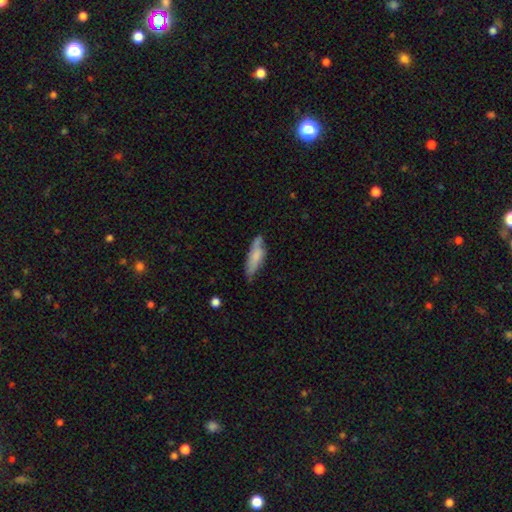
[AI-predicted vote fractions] Morphology: type=smooth (68%); roundness=cigar-shaped (54%); merging=none (57%).